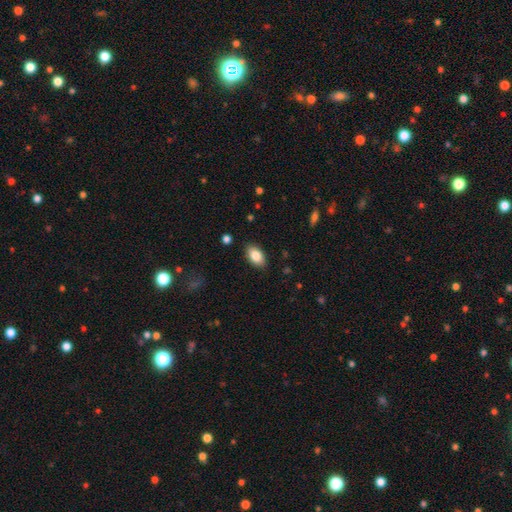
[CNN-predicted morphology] Smooth or featured: smooth — 84% (featured or disk — 9%)
How rounded: in between — 92% (round — 6%)
Merging: none — 88% (minor disturbance — 9%)